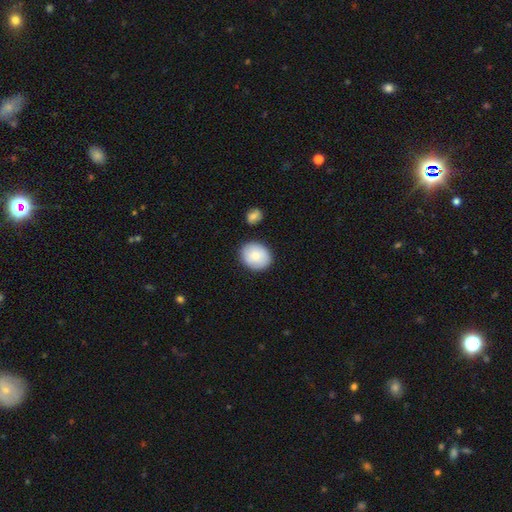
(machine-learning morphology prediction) Smooth or featured? smooth (83%)
How rounded? round (61%)
Merging? none (83%)